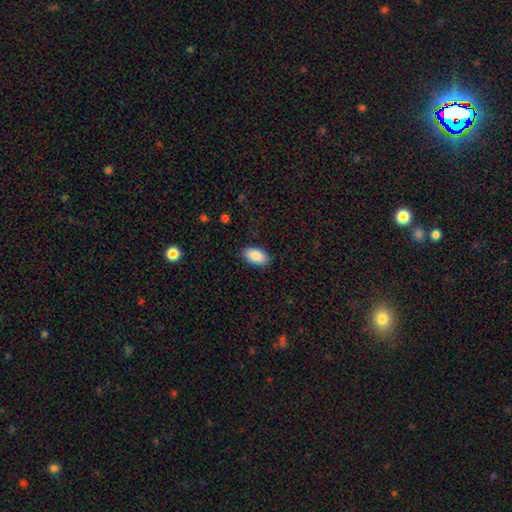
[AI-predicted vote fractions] A smooth galaxy with no disk features (89%) that is in between round and cigar-shaped (95%). Merging: none (88%).